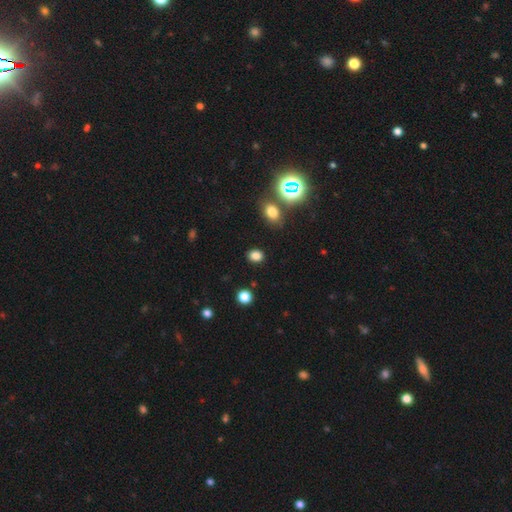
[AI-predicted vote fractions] Overall: smooth (80%). How rounded: in between (58%; round 41%). Merging: none (87%).